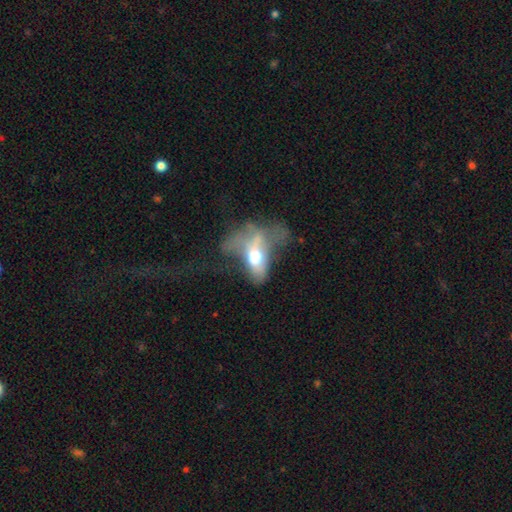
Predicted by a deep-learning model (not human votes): Smooth or featured?
  - featured or disk: 45% *
  - smooth: 44%
  - star or artifact: 10%
Merging?
  - major disturbance: 57% *
  - none: 17%
  - minor disturbance: 16%
  - merger: 11%